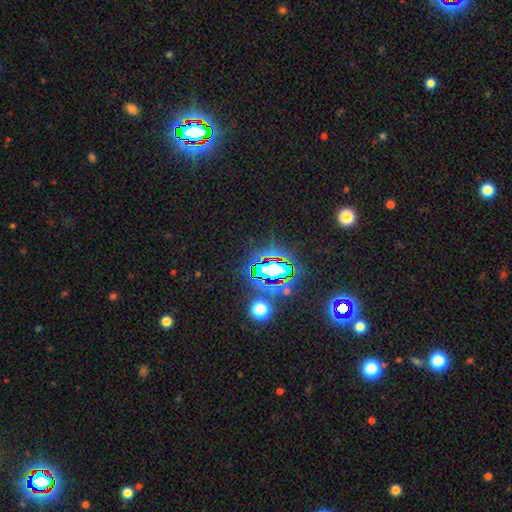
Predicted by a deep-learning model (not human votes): smooth-or-featured: star or artifact: 81% | smooth: 12% | featured or disk: 7%